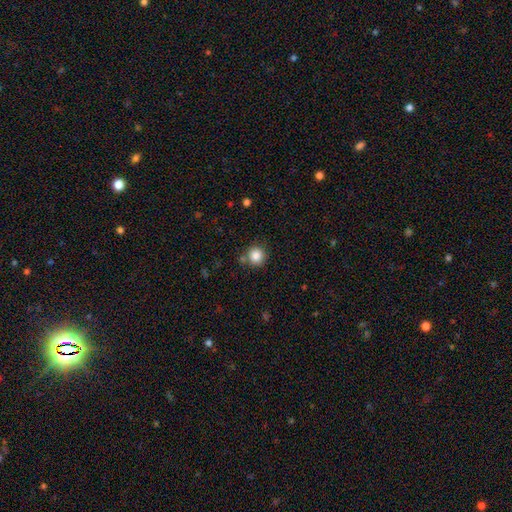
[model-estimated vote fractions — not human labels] smooth 85%, star or artifact 10%, featured or disk 5%. Down the decision tree: how rounded — round (93%); merging — none (80%).